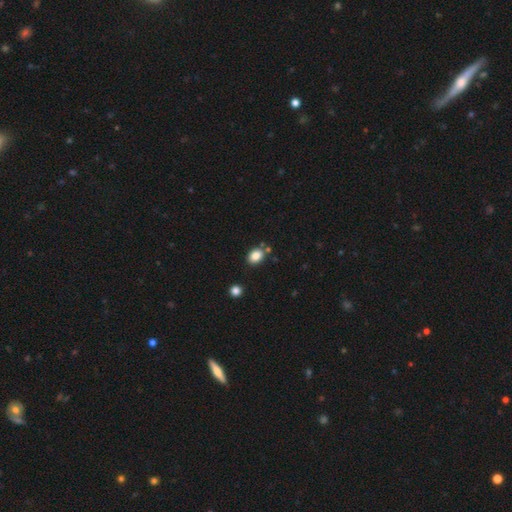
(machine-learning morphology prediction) smooth_or_featured: smooth (p=0.85) [alt: star or artifact p=0.10]
how_rounded: in between (p=0.68) [alt: round p=0.31]
merging: none (p=0.75) [alt: minor disturbance p=0.12]